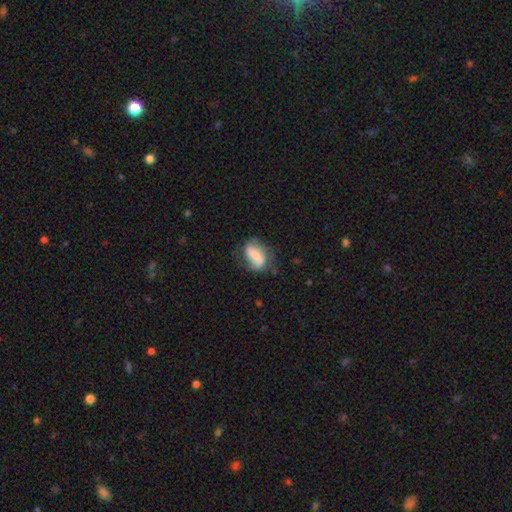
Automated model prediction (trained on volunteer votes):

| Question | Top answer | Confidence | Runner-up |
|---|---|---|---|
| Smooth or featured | smooth | 49% | featured or disk (43%) |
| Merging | none | 56% | minor disturbance (27%) |